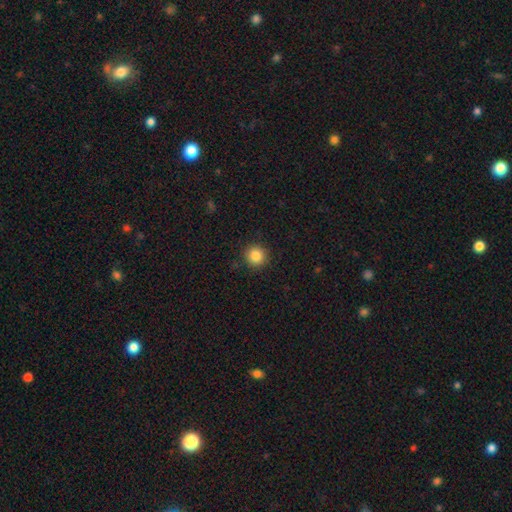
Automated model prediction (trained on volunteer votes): Q: Smooth or featured?
A: smooth (85%); runner-up: star or artifact (10%)
Q: How rounded?
A: round (94%); runner-up: in between (5%)
Q: Merging?
A: none (91%); runner-up: minor disturbance (6%)